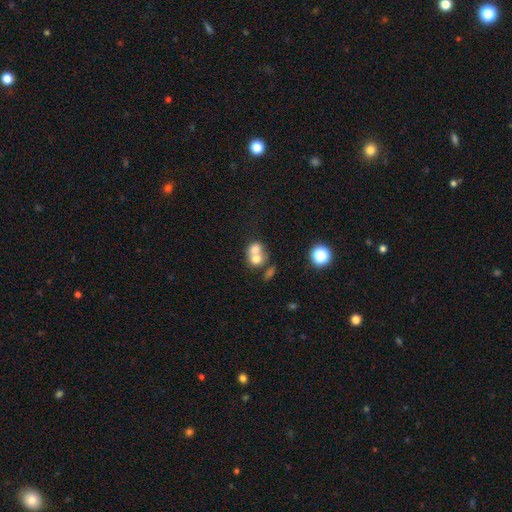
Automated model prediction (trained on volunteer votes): Q: Smooth or featured?
A: smooth (67%); runner-up: featured or disk (22%)
Q: How rounded?
A: round (58%); runner-up: in between (41%)
Q: Merging?
A: merger (68%); runner-up: none (21%)